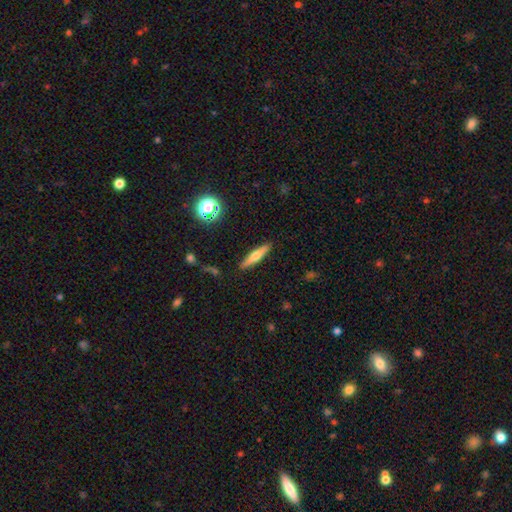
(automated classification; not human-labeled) The model was most divided on "smooth or featured": smooth: 50%, featured or disk: 42%, star or artifact: 8%. More confident: merging — none (90%).